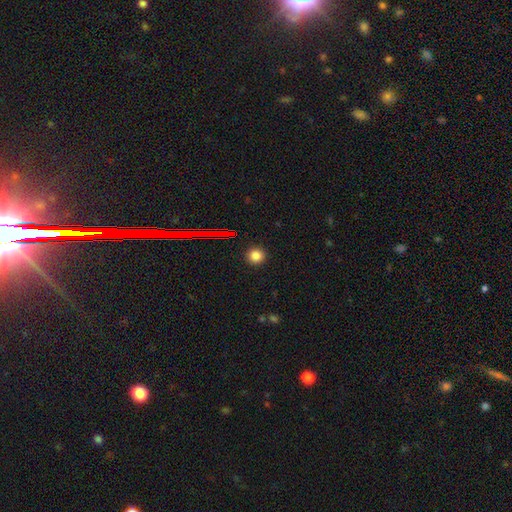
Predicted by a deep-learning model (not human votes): The model was most divided on "smooth or featured": smooth: 81%, star or artifact: 14%, featured or disk: 5%. More confident: how rounded — round (93%); merging — none (92%).